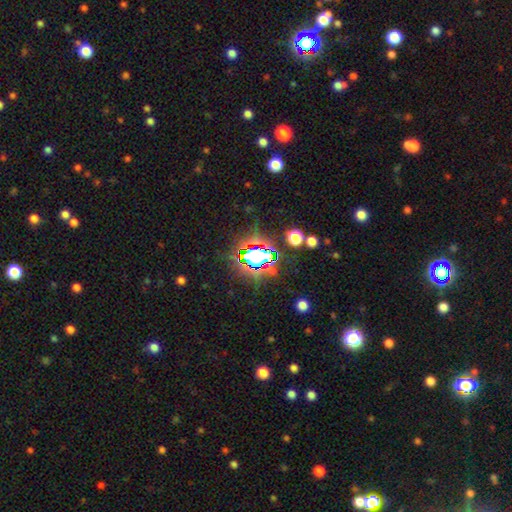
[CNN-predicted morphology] Q: Smooth or featured?
A: star or artifact (70%); runner-up: smooth (19%)